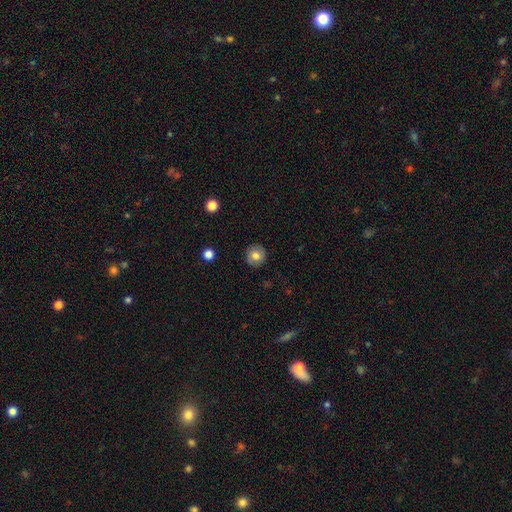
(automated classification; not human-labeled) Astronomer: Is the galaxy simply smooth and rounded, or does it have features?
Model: smooth — 77%.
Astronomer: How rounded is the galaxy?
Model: round — 92%.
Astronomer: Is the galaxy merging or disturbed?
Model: none — 89%.